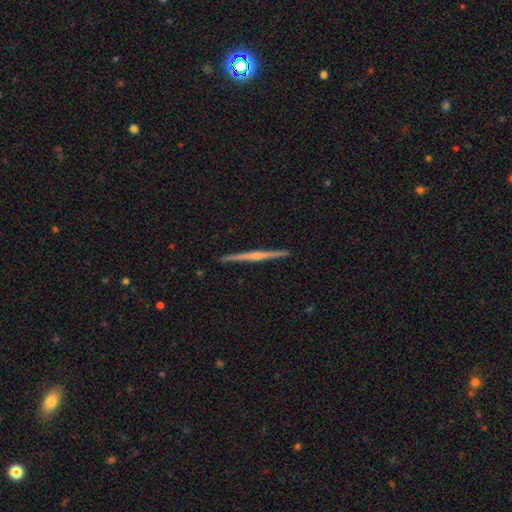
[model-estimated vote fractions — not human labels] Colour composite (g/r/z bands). It shows a featured or disk galaxy (75%) viewed edge-on (99%) with a rounded central bulge (61%). Merging: none (93%).